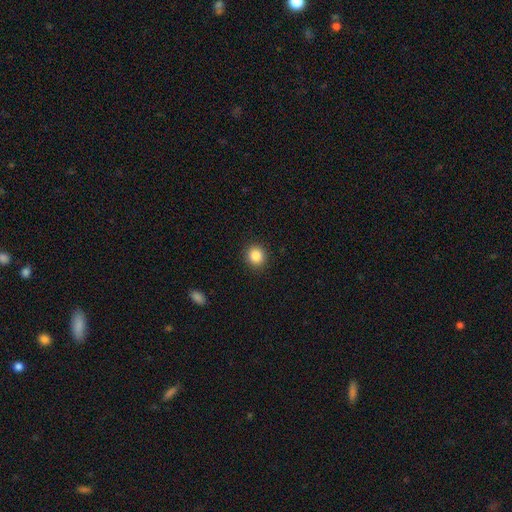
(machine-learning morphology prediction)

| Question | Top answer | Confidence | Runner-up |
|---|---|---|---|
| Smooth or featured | smooth | 86% | star or artifact (10%) |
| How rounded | round | 88% | in between (11%) |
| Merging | none | 91% | minor disturbance (6%) |